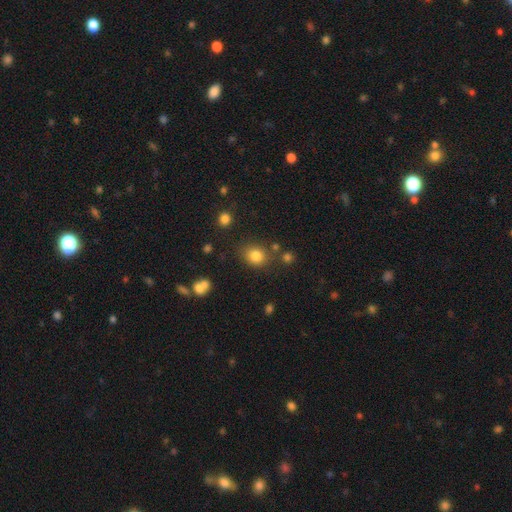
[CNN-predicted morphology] type=smooth (81%); roundness=round (65%); merging=none (74%).